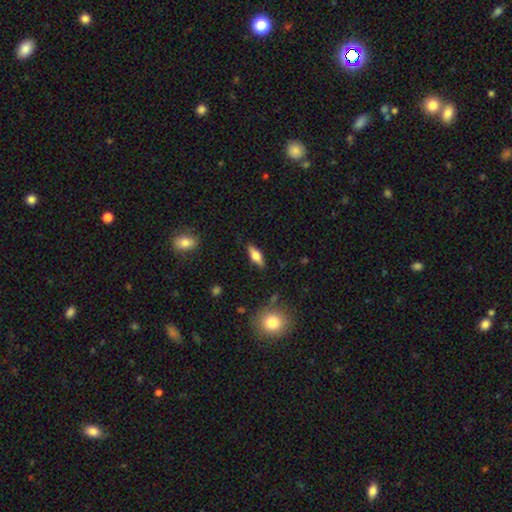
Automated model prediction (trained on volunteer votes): smooth-or-featured: featured or disk: 47% | smooth: 46% | star or artifact: 7%
  merging: none: 85% | minor disturbance: 10% | major disturbance: 3% | merger: 2%